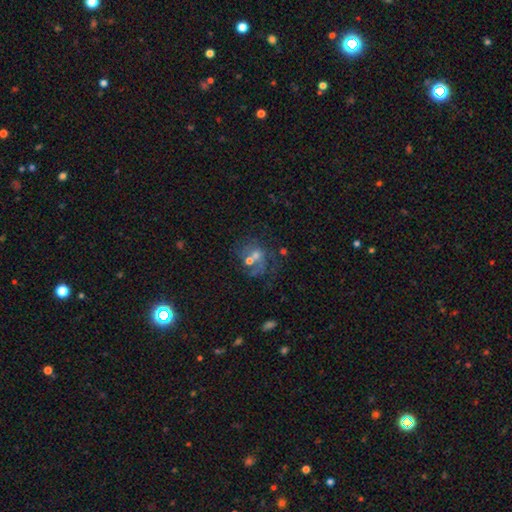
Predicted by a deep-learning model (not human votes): featured or disk 43%, smooth 31%, star or artifact 26%. Down the decision tree: merging — none (37%).